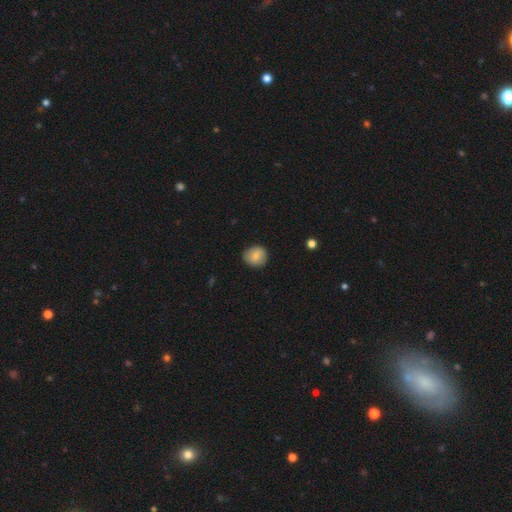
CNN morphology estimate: The model was most divided on "how rounded": round: 84%, in between: 15%, cigar-shaped: 1%. More confident: merging — none (86%); smooth or featured — smooth (81%).